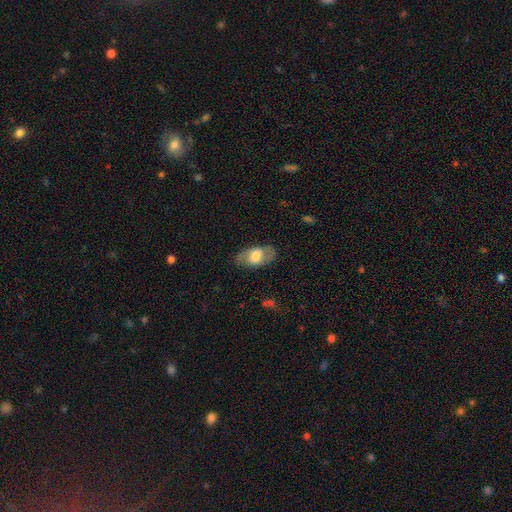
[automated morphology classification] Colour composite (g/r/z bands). It shows a smooth galaxy with no disk features (55%) that is in between round and cigar-shaped (90%). Merging: none (77%).